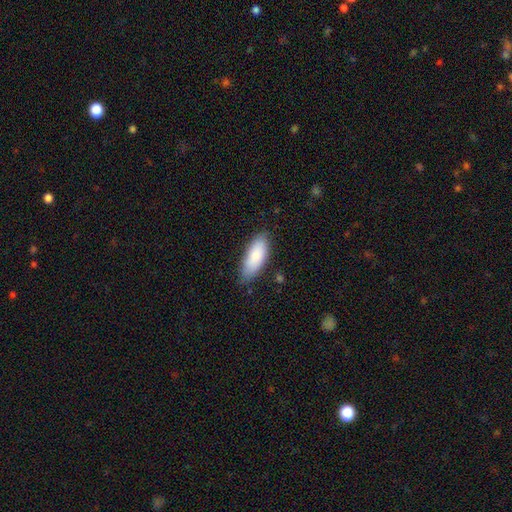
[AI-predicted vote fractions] A smooth galaxy with no disk features (85%) that is in between round and cigar-shaped (74%). Merging: none (79%).